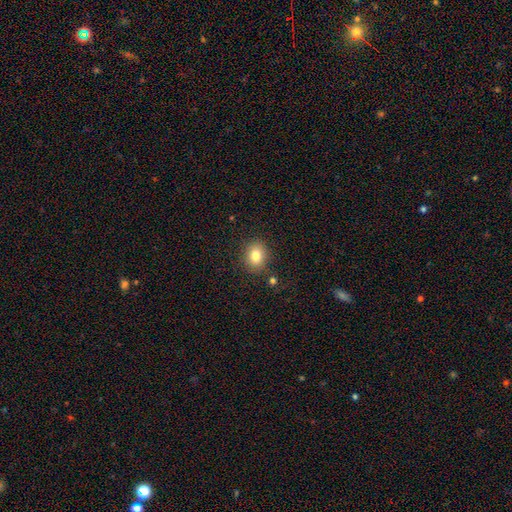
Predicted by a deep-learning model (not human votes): Smooth or featured? smooth (80%)
How rounded? round (61%)
Merging? none (84%)